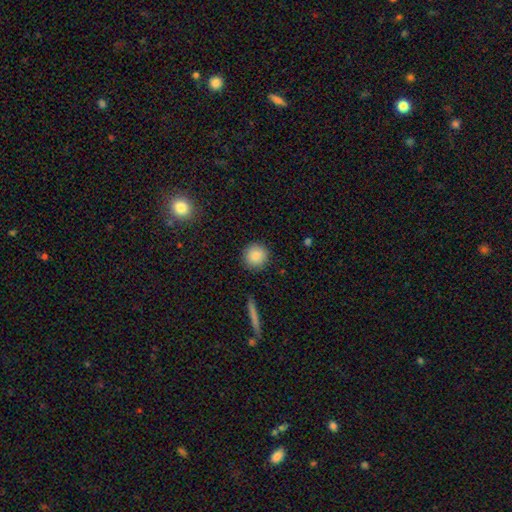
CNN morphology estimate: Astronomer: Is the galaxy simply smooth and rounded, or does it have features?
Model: smooth — 87%.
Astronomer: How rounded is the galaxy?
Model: round — 92%.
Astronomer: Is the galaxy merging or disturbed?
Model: none — 90%.